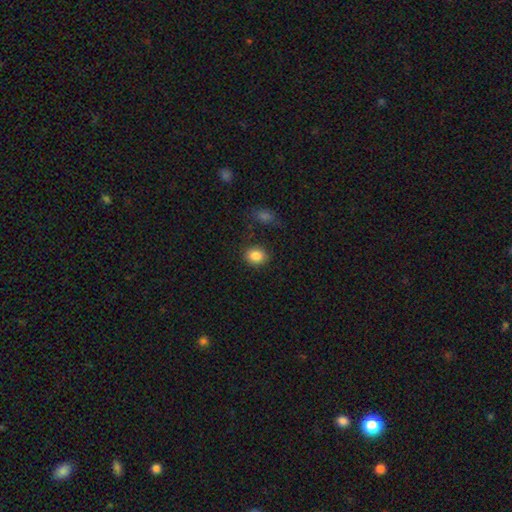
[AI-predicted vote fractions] smooth 86%, star or artifact 9%, featured or disk 4%. Down the decision tree: how rounded — round (57%); merging — none (84%).